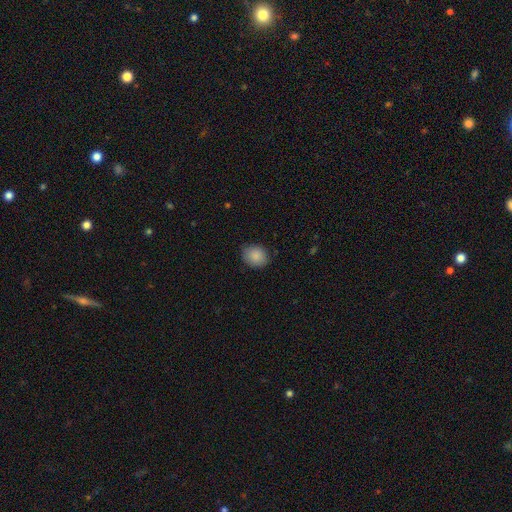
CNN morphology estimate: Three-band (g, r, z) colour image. It shows a smooth galaxy with no disk features (87%) that is round (60%). Merging: none (81%).